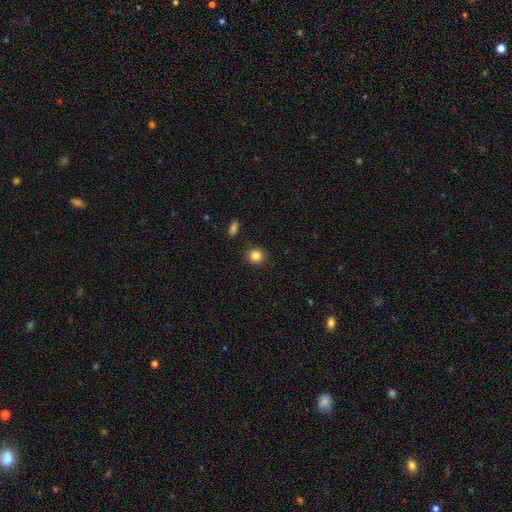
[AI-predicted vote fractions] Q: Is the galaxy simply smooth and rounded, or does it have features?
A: smooth — 84%.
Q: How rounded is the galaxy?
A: round — 88%.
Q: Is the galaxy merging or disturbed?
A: none — 90%.